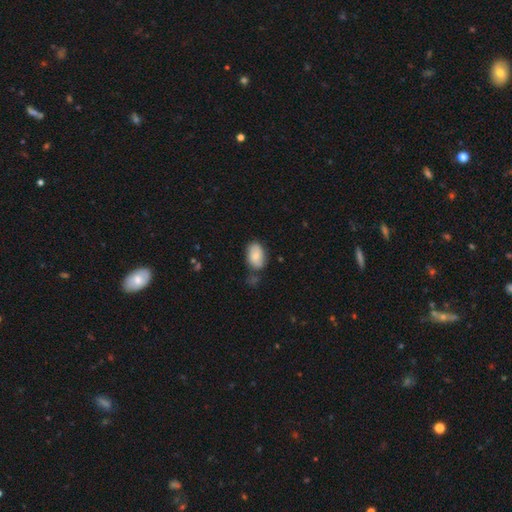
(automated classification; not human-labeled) Smooth or featured? Predicted: smooth (p=0.74). How rounded? Predicted: in between (p=0.90). Merging? Predicted: none (p=0.65).